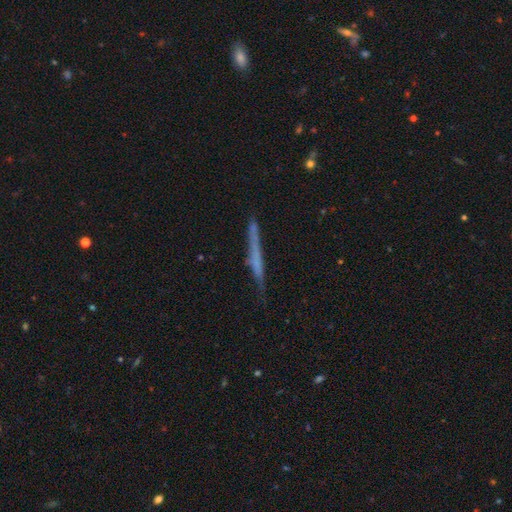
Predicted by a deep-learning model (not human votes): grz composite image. It shows a featured or disk galaxy (51%) viewed edge-on (95%). Merging: none (81%).